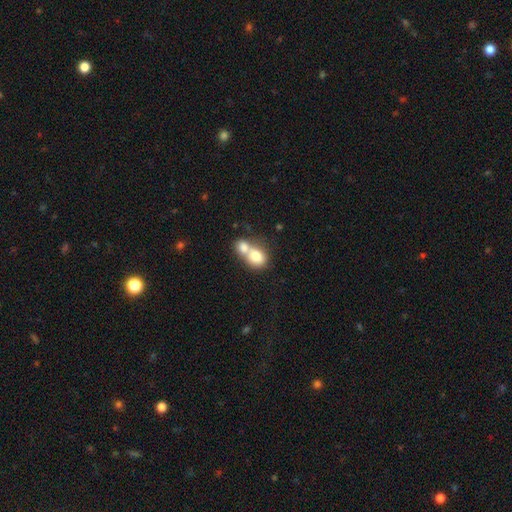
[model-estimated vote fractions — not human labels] The model was most divided on "how rounded": round: 55%, in between: 43%, cigar-shaped: 1%. More confident: smooth or featured — smooth (75%); merging — merger (72%).